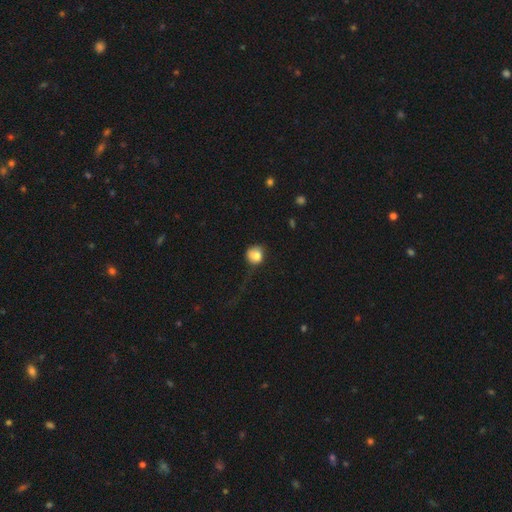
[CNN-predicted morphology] The model was most divided on "merging": none: 43%, minor disturbance: 30%, major disturbance: 24%, merger: 3%. More confident: smooth or featured — smooth (82%); how rounded — round (80%).